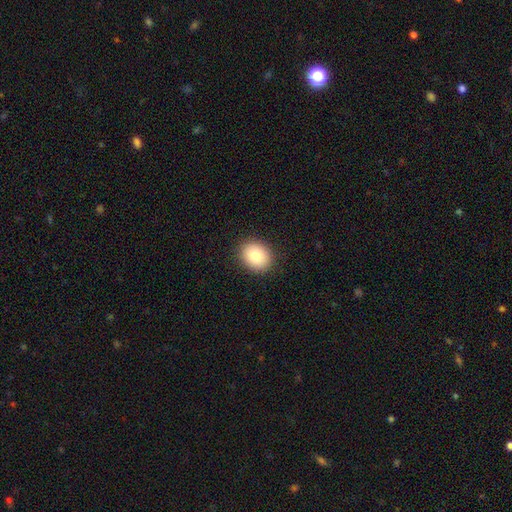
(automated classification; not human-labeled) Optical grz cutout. It shows a smooth galaxy with no disk features (85%) that is round (58%). Merging: none (89%).